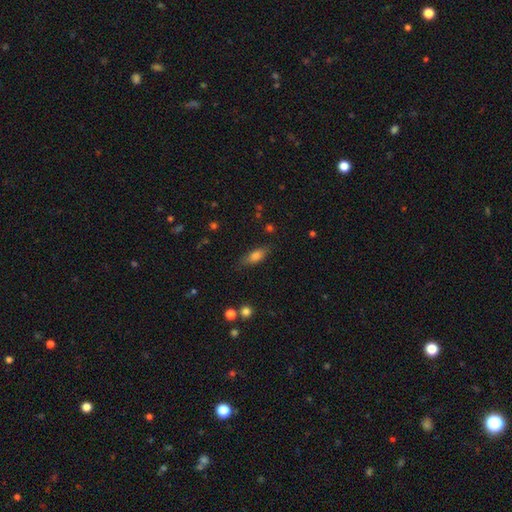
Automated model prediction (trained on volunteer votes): Morphology: type=smooth (75%); roundness=in between (74%); merging=none (75%).